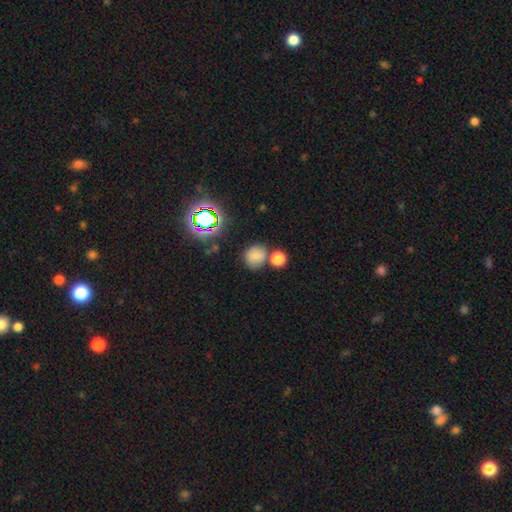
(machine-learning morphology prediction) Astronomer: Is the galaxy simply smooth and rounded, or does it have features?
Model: smooth — 76%.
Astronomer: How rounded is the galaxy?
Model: round — 80%.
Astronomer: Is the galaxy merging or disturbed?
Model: none — 65%.